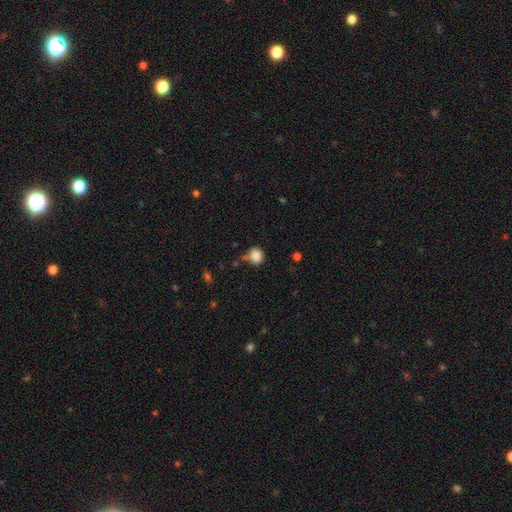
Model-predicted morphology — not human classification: A smooth galaxy with no disk features (85%) that is round (76%).

Vote fractions:
- Smooth or featured? smooth: 85% / star or artifact: 10% / featured or disk: 4%
- How rounded? round: 76% / in between: 23% / cigar-shaped: 1%
- Merging? none: 63% / minor disturbance: 22% / merger: 8% / major disturbance: 6%